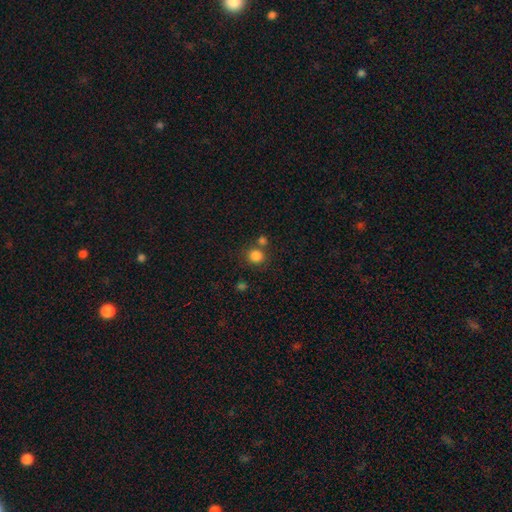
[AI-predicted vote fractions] Morphology: type=smooth (84%); roundness=round (86%); merging=none (70%).